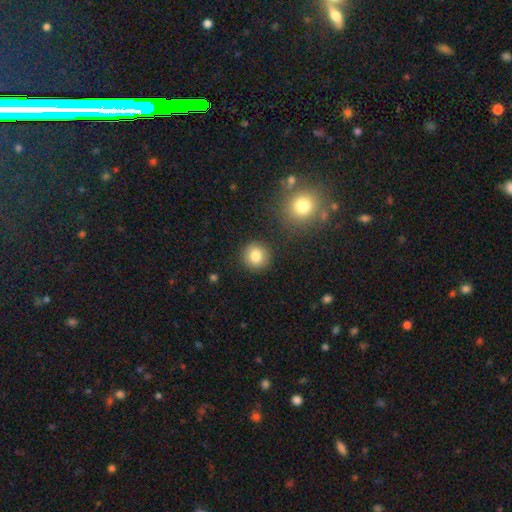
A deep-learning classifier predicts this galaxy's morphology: The model was most divided on "smooth or featured": smooth: 82%, star or artifact: 10%, featured or disk: 8%. More confident: how rounded — round (92%); merging — none (89%).